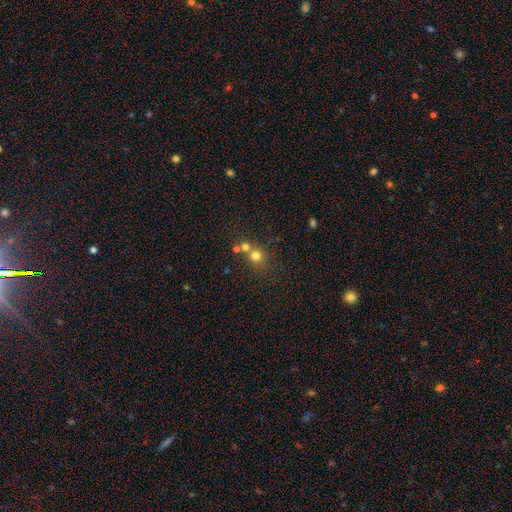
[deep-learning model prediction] smooth_or_featured: smooth (p=0.73) [alt: star or artifact p=0.17]
how_rounded: round (p=0.88) [alt: in between p=0.11]
merging: none (p=0.54) [alt: merger p=0.36]